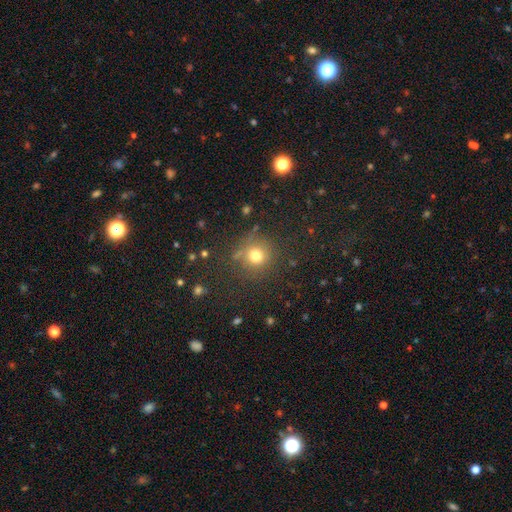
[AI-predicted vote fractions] smooth 75%, star or artifact 18%, featured or disk 7%. Down the decision tree: how rounded — round (92%); merging — none (80%).